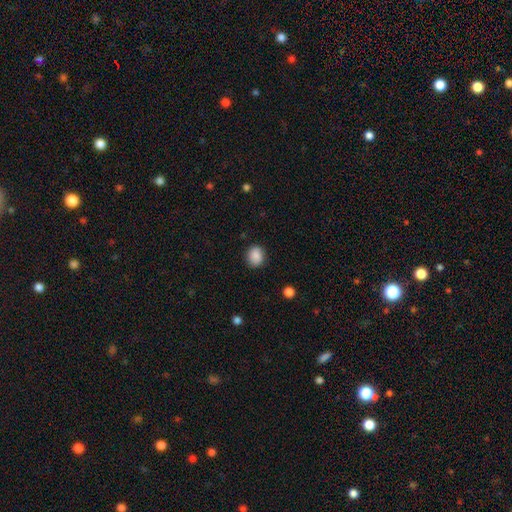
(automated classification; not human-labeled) smooth-or-featured: smooth: 88% | star or artifact: 8% | featured or disk: 4%
  how-rounded: round: 60% | in between: 39% | cigar-shaped: 1%
  merging: none: 86% | minor disturbance: 10% | major disturbance: 3% | merger: 1%